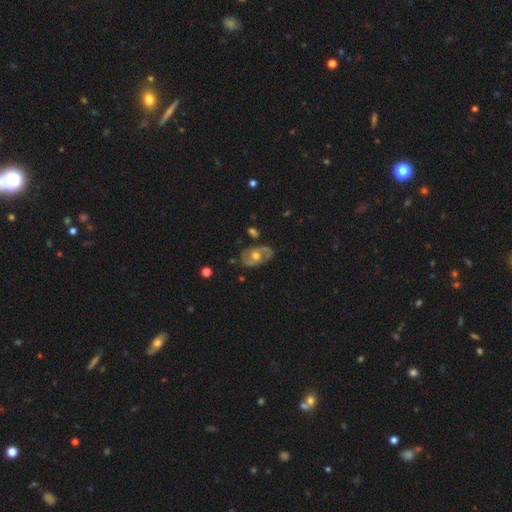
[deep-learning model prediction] Morphology: type=featured or disk (78%); edge-on=no (96%); bar=no (59%); spiral arms=yes (83%); winding=medium (51%); arm count=2 (87%); bulge=moderate (70%); merging=none (79%).